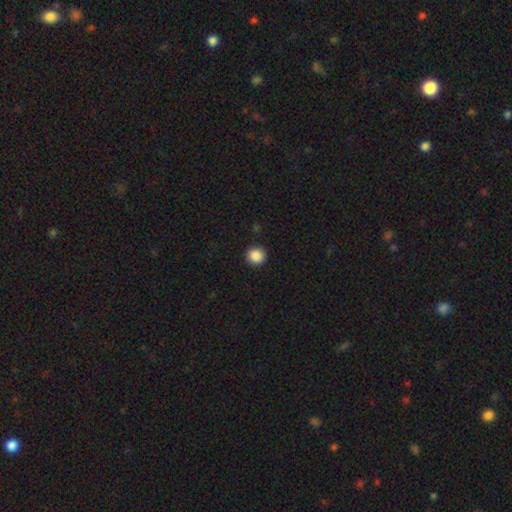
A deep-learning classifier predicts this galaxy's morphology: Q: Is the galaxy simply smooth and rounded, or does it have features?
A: smooth — 88%.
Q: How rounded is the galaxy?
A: round — 94%.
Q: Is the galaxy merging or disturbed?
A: none — 92%.